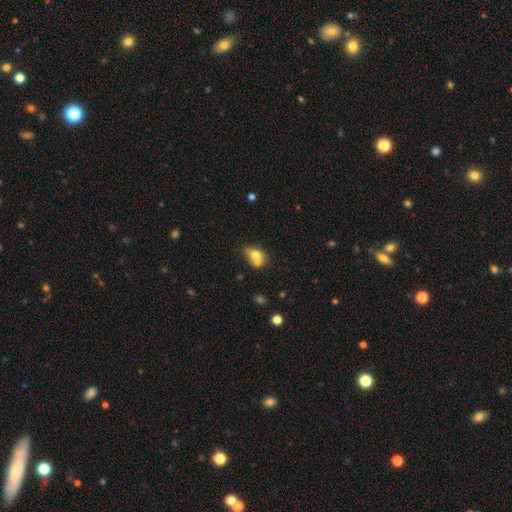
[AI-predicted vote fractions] Overall: smooth (70%). How rounded: in between (61%; round 37%). Merging: merger (50%; none 30%).